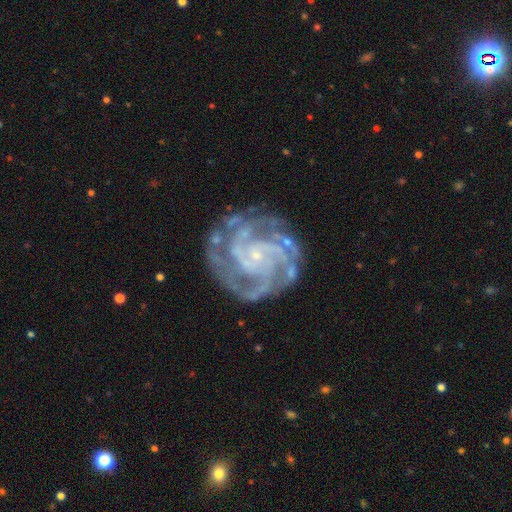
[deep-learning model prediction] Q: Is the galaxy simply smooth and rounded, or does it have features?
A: featured or disk — 91%.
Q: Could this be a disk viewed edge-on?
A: no — 98%.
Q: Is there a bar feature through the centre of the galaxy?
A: no — 68%.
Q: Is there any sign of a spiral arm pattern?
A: yes — 98%.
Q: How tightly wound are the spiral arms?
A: tight — 67%.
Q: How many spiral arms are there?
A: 3 — 29%.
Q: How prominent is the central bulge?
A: small — 86%.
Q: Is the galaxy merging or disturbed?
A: none — 75%.